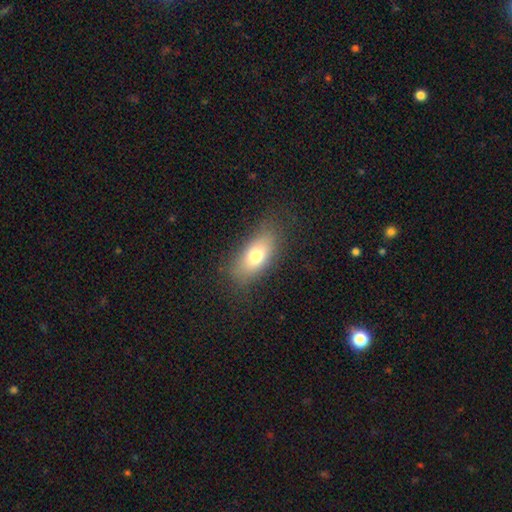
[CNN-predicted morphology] Smooth or featured: smooth — 74% (featured or disk — 17%)
How rounded: in between — 84% (cigar-shaped — 10%)
Merging: none — 78% (minor disturbance — 15%)